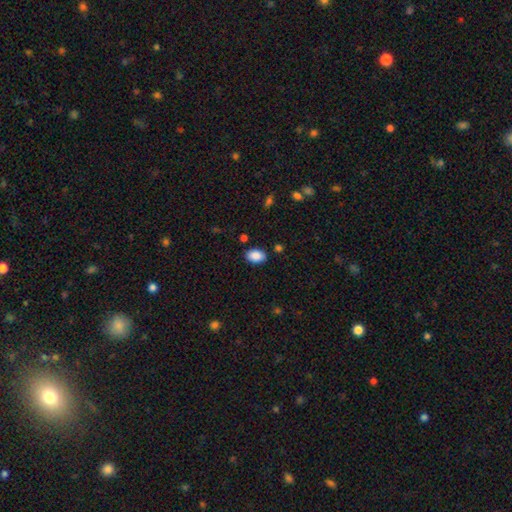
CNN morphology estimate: Smooth or featured: smooth — 89% (star or artifact — 7%)
How rounded: in between — 89% (round — 10%)
Merging: none — 86% (minor disturbance — 10%)